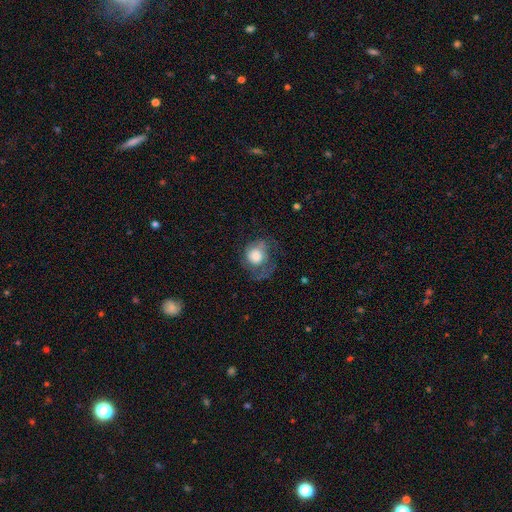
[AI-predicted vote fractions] Smooth or featured? Predicted: smooth (p=0.58). How rounded? Predicted: round (p=0.70). Merging? Predicted: none (p=0.37).